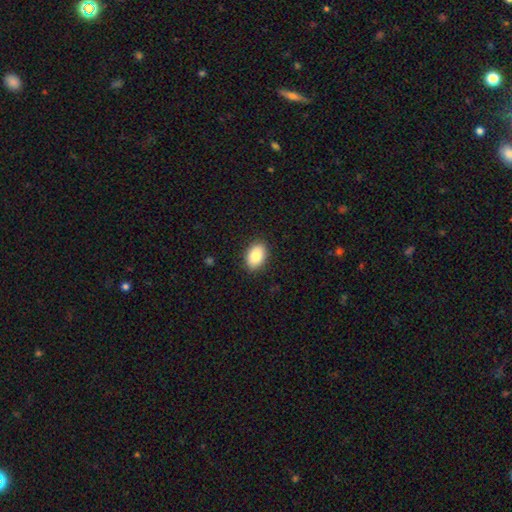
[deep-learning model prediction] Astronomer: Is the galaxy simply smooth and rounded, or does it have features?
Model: smooth — 88%.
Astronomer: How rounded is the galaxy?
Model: in between — 88%.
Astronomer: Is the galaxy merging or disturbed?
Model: none — 89%.